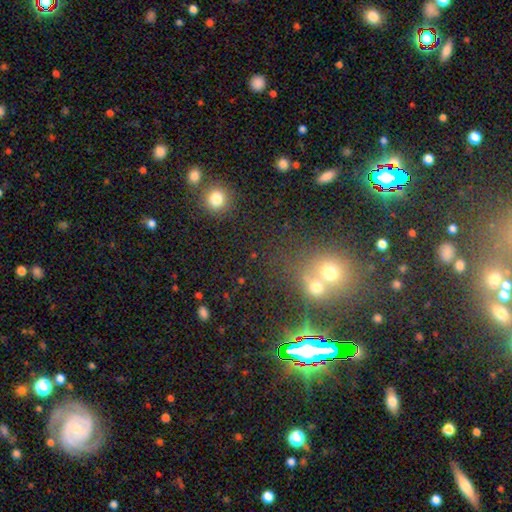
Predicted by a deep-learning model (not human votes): This is possibly a star or artifact rather than a galaxy (50%).